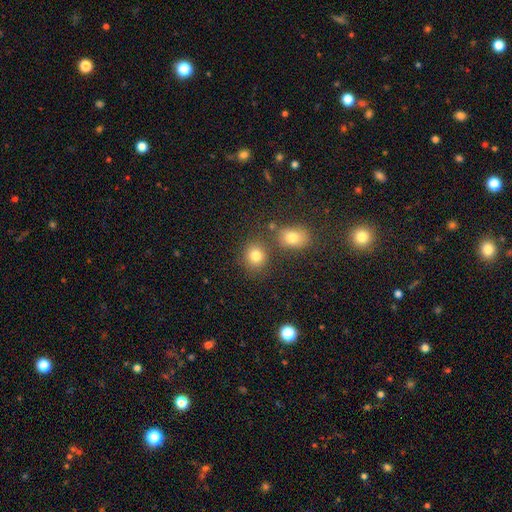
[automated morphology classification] smooth-or-featured: smooth: 80% | star or artifact: 13% | featured or disk: 7%
  how-rounded: round: 78% | in between: 21% | cigar-shaped: 1%
  merging: none: 75% | merger: 13% | minor disturbance: 9% | major disturbance: 4%